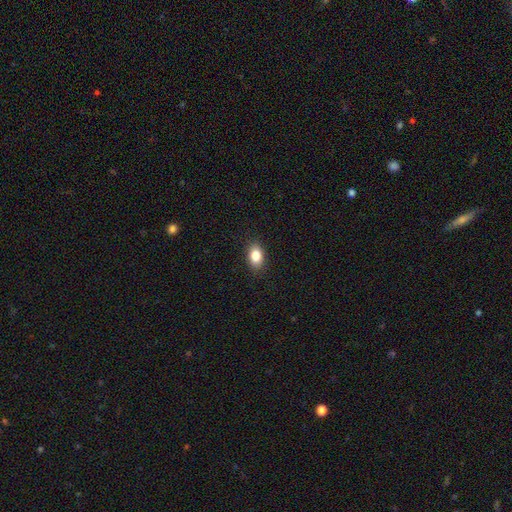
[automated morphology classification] type=smooth (84%); roundness=in between (84%); merging=none (88%).